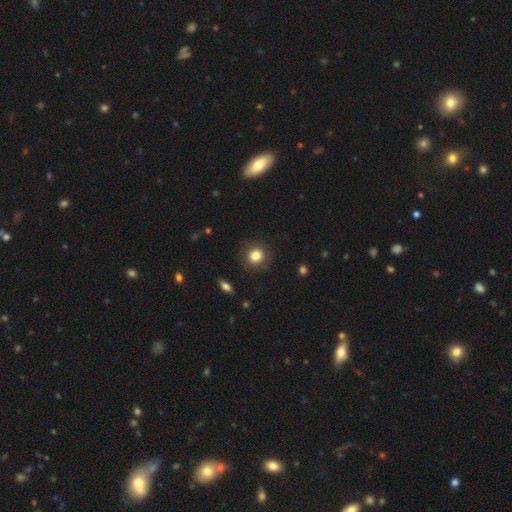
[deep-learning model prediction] Smooth or featured?
  - smooth: 82% *
  - star or artifact: 11%
  - featured or disk: 7%
How rounded?
  - round: 90% *
  - in between: 9%
  - cigar-shaped: 1%
Merging?
  - none: 88% *
  - minor disturbance: 8%
  - major disturbance: 3%
  - merger: 1%